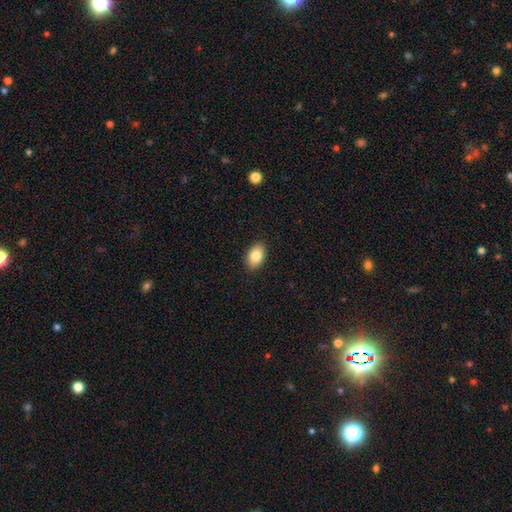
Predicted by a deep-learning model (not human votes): Q: Smooth or featured?
A: smooth (83%); runner-up: featured or disk (9%)
Q: How rounded?
A: in between (91%); runner-up: round (8%)
Q: Merging?
A: none (90%); runner-up: minor disturbance (8%)